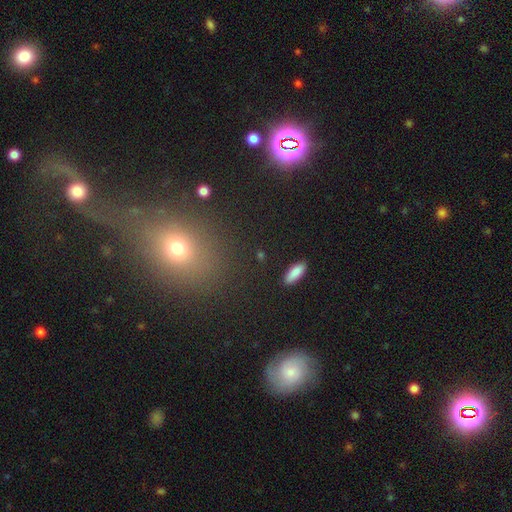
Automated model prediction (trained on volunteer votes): A smooth galaxy with no disk features (46%).

Vote fractions:
- Smooth or featured? smooth: 46% / star or artifact: 36% / featured or disk: 18%
- Merging? none: 71% / merger: 12% / minor disturbance: 11% / major disturbance: 6%